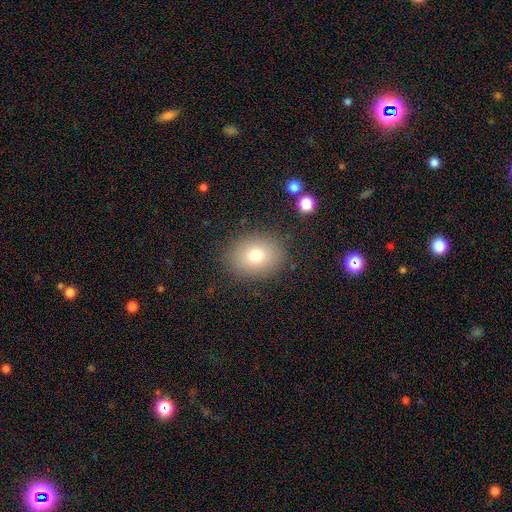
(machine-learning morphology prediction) smooth-or-featured: smooth: 76% | featured or disk: 12% | star or artifact: 12%
  how-rounded: in between: 54% | round: 45% | cigar-shaped: 1%
  merging: none: 86% | minor disturbance: 9% | major disturbance: 3% | merger: 1%